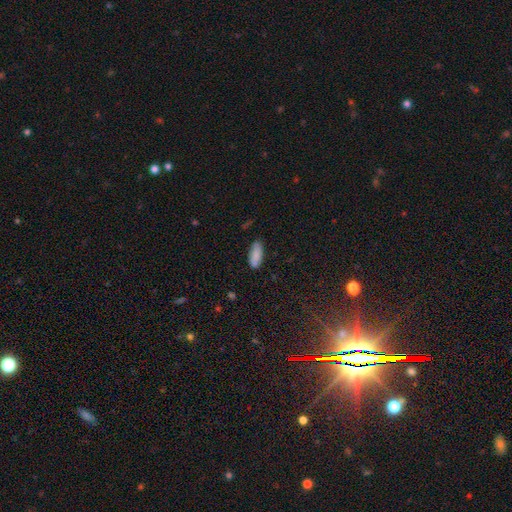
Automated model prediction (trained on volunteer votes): Smooth or featured: smooth — 87% (featured or disk — 7%)
How rounded: in between — 77% (cigar-shaped — 21%)
Merging: none — 79% (minor disturbance — 16%)